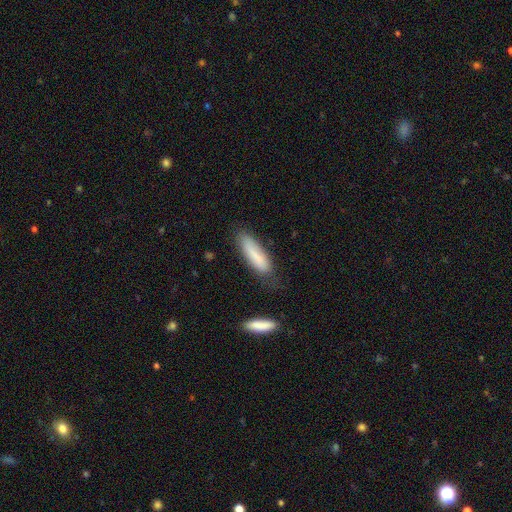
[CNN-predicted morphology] A smooth galaxy with no disk features (82%) that is cigar-shaped (67%).

Vote fractions:
- Smooth or featured? smooth: 82% / featured or disk: 11% / star or artifact: 6%
- How rounded? cigar-shaped: 67% / in between: 32% / round: 1%
- Merging? none: 68% / minor disturbance: 22% / major disturbance: 5% / merger: 4%